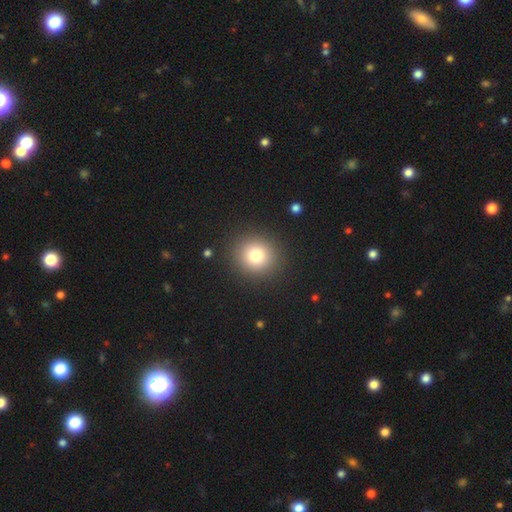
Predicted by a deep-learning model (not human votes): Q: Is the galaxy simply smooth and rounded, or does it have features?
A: smooth — 79%.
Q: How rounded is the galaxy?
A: round — 90%.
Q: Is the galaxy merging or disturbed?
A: none — 90%.